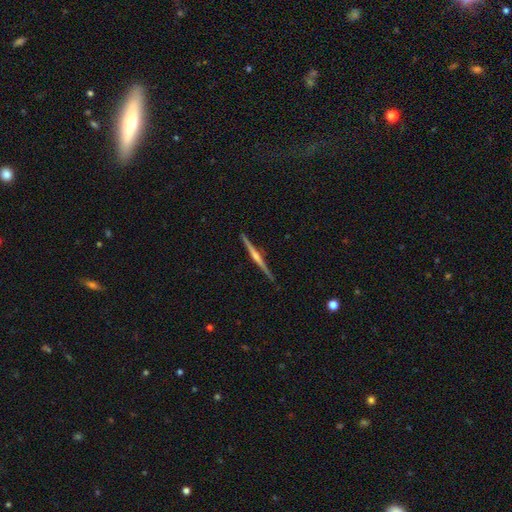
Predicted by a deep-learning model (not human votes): smooth_or_featured: featured or disk (p=0.83) [alt: smooth p=0.12]
disk_edge_on: yes (p=0.99) [alt: no p=0.01]
edge_on_bulge: rounded (p=0.79) [alt: none p=0.13]
merging: none (p=0.91) [alt: minor disturbance p=0.06]